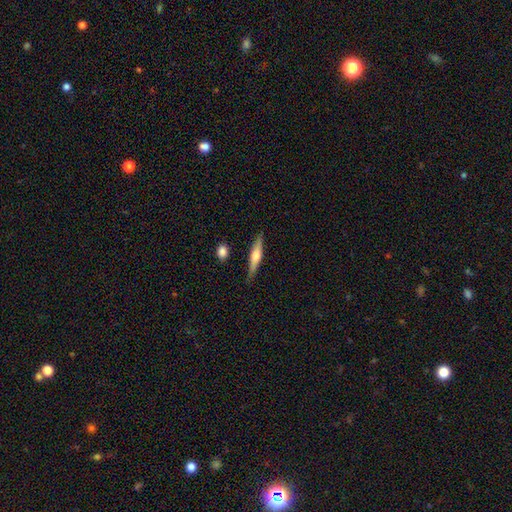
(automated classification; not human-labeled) Morphology: type=featured or disk (54%); edge-on=yes (96%); edge-on bulge=rounded (80%); merging=none (86%).